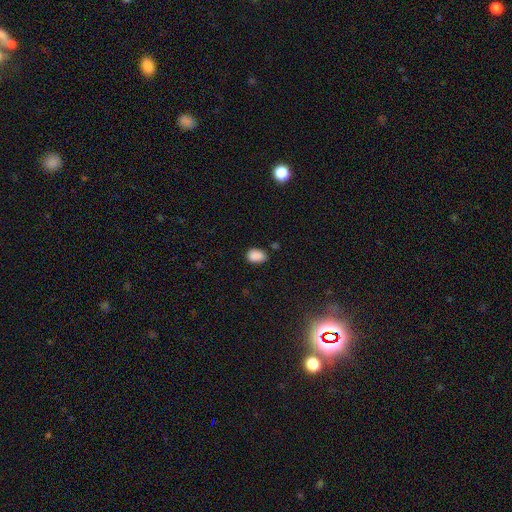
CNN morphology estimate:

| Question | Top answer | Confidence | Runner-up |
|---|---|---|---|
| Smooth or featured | smooth | 86% | star or artifact (10%) |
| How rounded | in between | 82% | round (16%) |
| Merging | none | 71% | minor disturbance (22%) |